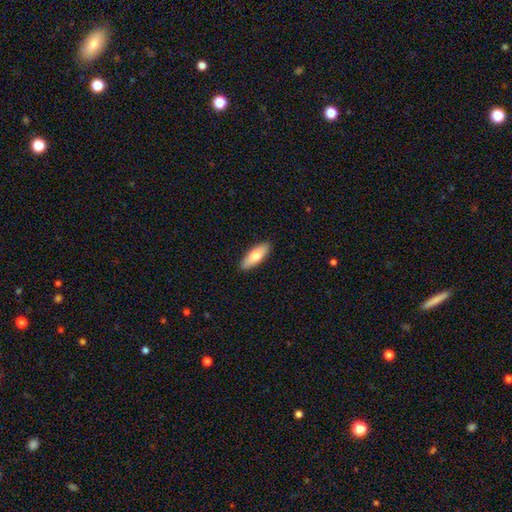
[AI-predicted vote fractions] A smooth galaxy with no disk features (73%) that is in between round and cigar-shaped (66%).

Vote fractions:
- Smooth or featured? smooth: 73% / featured or disk: 22% / star or artifact: 6%
- How rounded? in between: 66% / cigar-shaped: 32% / round: 2%
- Merging? none: 90% / minor disturbance: 7% / major disturbance: 2% / merger: 1%